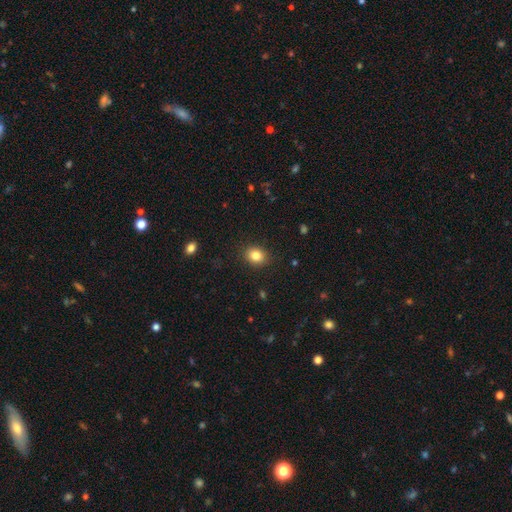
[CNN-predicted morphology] Smooth or featured: smooth — 83% (star or artifact — 10%)
How rounded: round — 54% (in between — 45%)
Merging: none — 89% (minor disturbance — 8%)